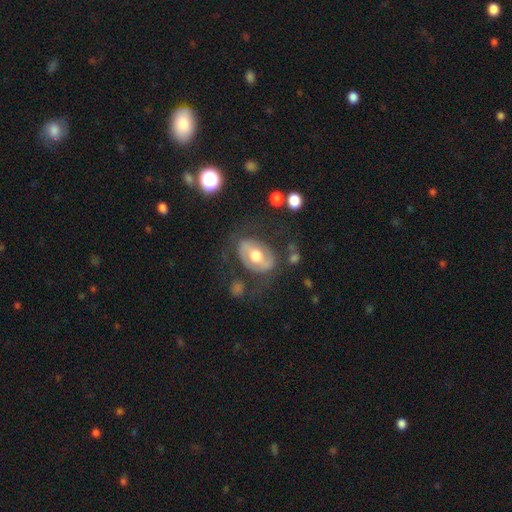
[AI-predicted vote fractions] Morphology: type=featured or disk (57%); edge-on=no (94%); bar=no (45%); spiral arms=no (63%); bulge=moderate (70%); merging=none (60%).